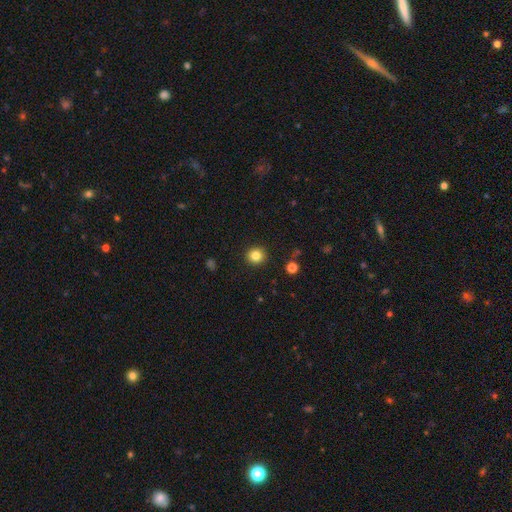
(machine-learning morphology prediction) type=smooth (83%); roundness=round (92%); merging=none (92%).